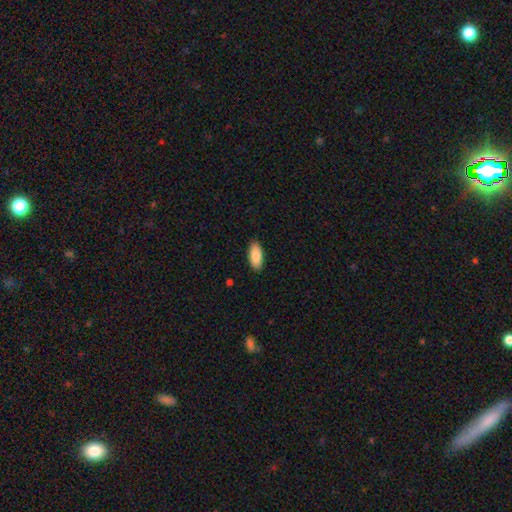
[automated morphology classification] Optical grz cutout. It shows a smooth galaxy with no disk features (87%) that is in between round and cigar-shaped (87%). Merging: none (90%).